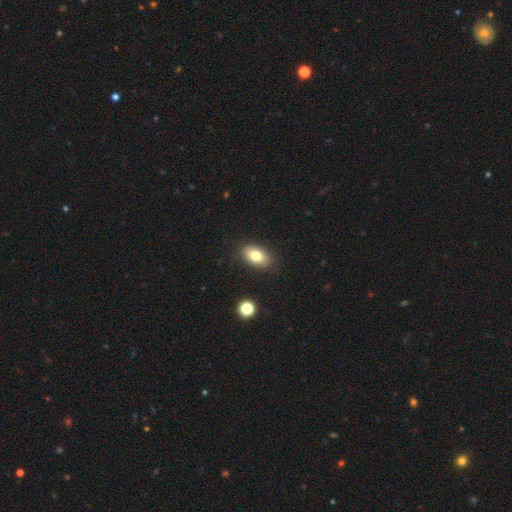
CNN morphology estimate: Q: Smooth or featured?
A: smooth (80%); runner-up: featured or disk (12%)
Q: How rounded?
A: in between (91%); runner-up: round (7%)
Q: Merging?
A: none (87%); runner-up: minor disturbance (10%)